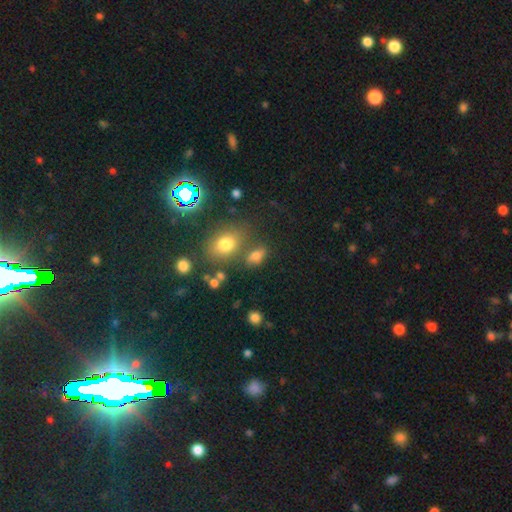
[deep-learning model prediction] Q: Smooth or featured?
A: smooth (71%); runner-up: star or artifact (18%)
Q: How rounded?
A: in between (76%); runner-up: round (19%)
Q: Merging?
A: none (60%); runner-up: minor disturbance (17%)